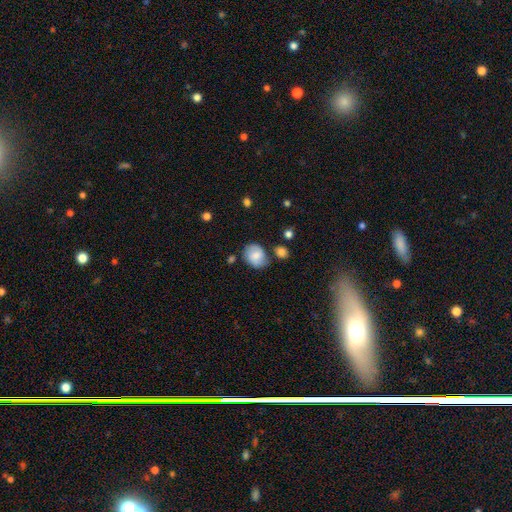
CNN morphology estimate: type=smooth (61%); roundness=round (54%); merging=none (65%).